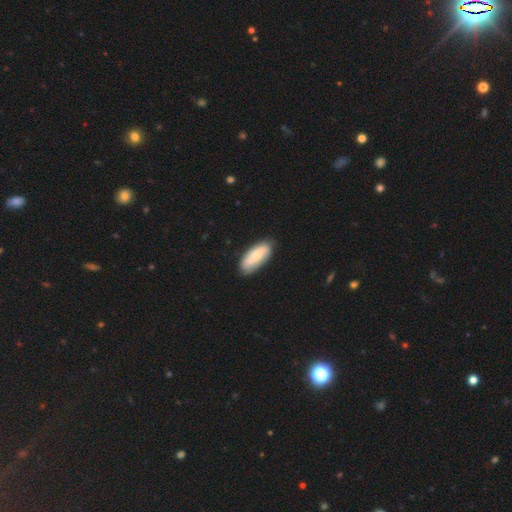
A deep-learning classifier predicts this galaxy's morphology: smooth-or-featured: smooth: 67% | featured or disk: 28% | star or artifact: 6%
  how-rounded: in between: 83% | cigar-shaped: 15% | round: 2%
  merging: none: 77% | minor disturbance: 17% | major disturbance: 3% | merger: 2%